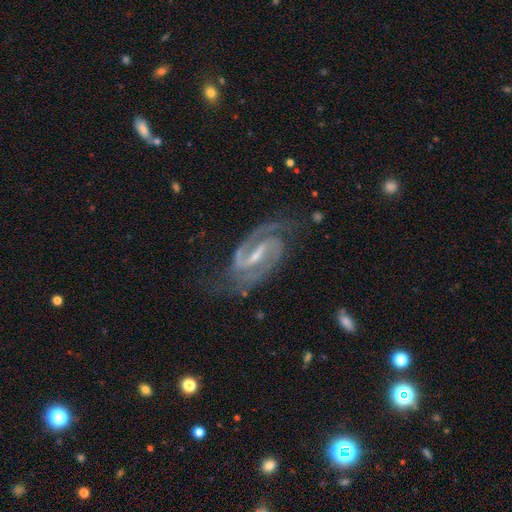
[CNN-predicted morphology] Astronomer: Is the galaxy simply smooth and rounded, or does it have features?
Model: featured or disk — 93%.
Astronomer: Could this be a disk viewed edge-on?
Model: no — 97%.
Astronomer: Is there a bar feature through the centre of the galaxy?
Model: strong — 52% (runner-up: weak, 39%).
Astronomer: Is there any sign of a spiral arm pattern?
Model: yes — 99%.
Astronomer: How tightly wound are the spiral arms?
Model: medium — 56% (runner-up: tight, 33%).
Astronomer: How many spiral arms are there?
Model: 2 — 93%.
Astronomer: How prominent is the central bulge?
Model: small — 61%.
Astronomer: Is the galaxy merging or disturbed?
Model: none — 77%.